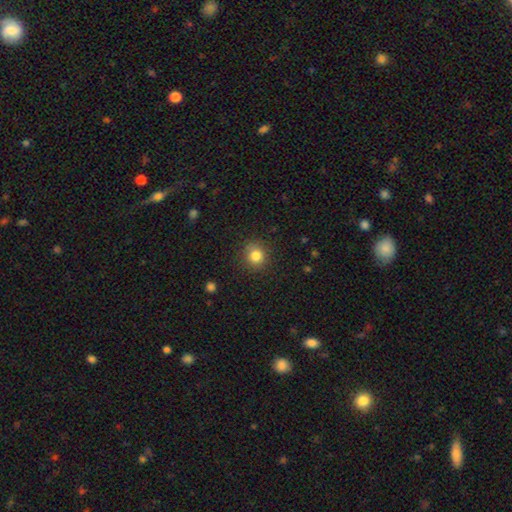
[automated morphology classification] type=smooth (82%); roundness=round (88%); merging=none (88%).